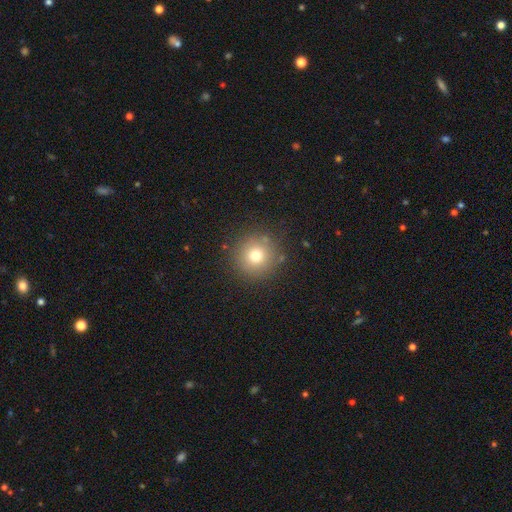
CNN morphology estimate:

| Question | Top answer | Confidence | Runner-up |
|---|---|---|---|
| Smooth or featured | smooth | 74% | star or artifact (15%) |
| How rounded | round | 95% | in between (4%) |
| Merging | none | 86% | minor disturbance (8%) |